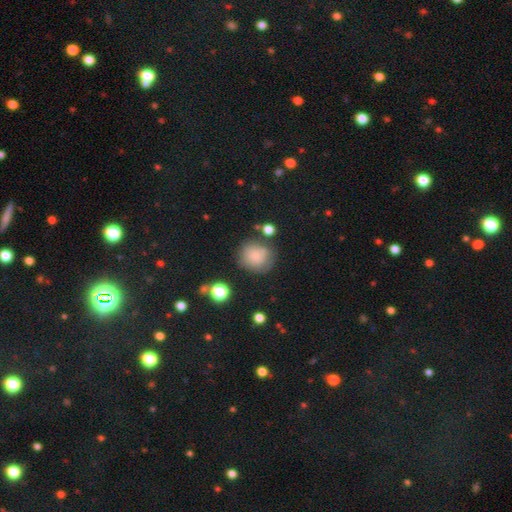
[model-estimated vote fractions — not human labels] Smooth or featured? smooth (76%)
How rounded? round (82%)
Merging? none (63%)